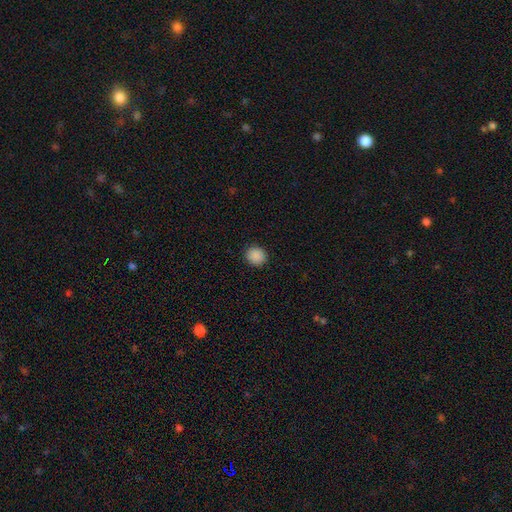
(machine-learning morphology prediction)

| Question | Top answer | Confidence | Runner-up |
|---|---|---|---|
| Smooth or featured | smooth | 89% | star or artifact (9%) |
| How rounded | round | 84% | in between (15%) |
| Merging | none | 92% | minor disturbance (6%) |